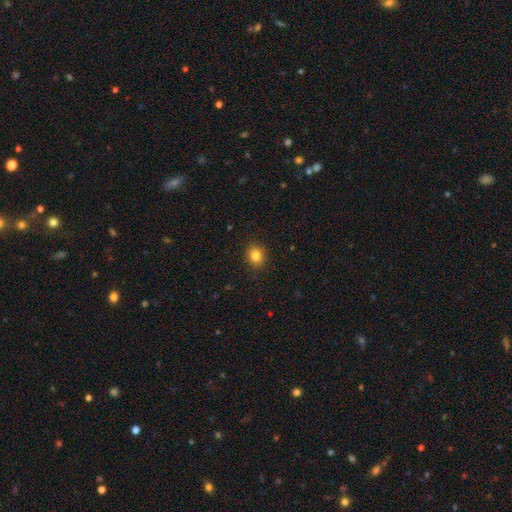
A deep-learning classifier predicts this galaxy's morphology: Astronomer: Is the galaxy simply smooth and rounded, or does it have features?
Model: smooth — 83%.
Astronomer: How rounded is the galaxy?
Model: round — 73%.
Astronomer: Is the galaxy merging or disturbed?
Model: none — 90%.